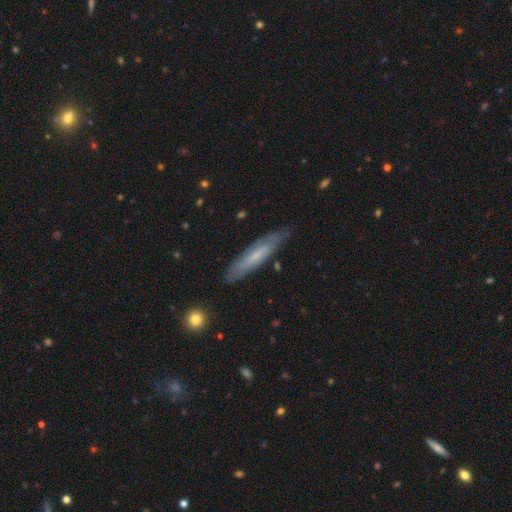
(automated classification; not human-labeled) smooth_or_featured: smooth (p=0.49) [alt: featured or disk p=0.45]
merging: none (p=0.80) [alt: minor disturbance p=0.16]